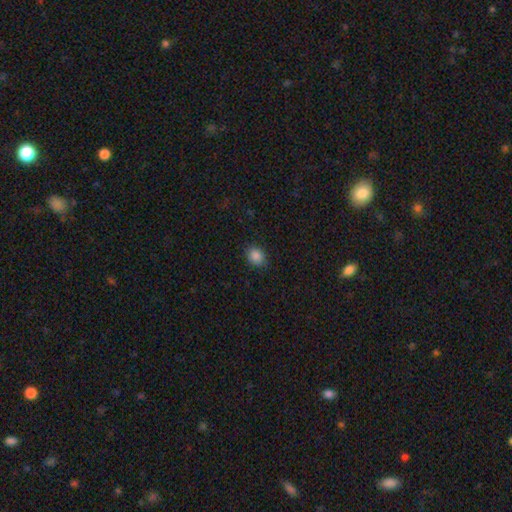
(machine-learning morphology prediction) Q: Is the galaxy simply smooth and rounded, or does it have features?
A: smooth — 87%.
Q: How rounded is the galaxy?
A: round — 53%.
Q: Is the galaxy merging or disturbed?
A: none — 86%.